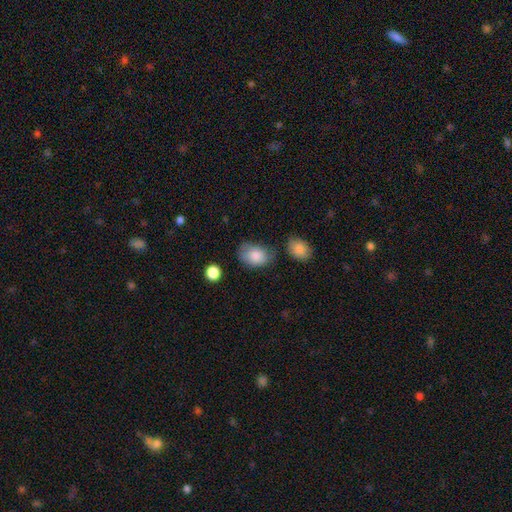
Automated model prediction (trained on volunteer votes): This is clearly a smooth galaxy (84%). How rounded: likely in between (79%). Merging: possibly none (53%).